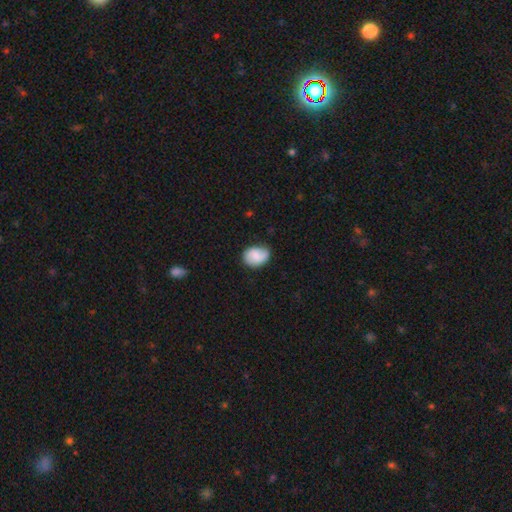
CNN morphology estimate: Smooth or featured: smooth — 69% (featured or disk — 23%)
How rounded: in between — 62% (round — 37%)
Merging: none — 67% (minor disturbance — 26%)